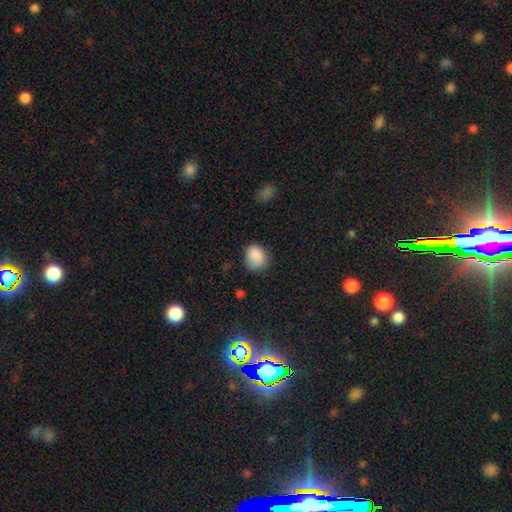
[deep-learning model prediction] Smooth or featured: smooth — 87% (star or artifact — 8%)
How rounded: round — 59% (in between — 40%)
Merging: none — 73% (minor disturbance — 21%)